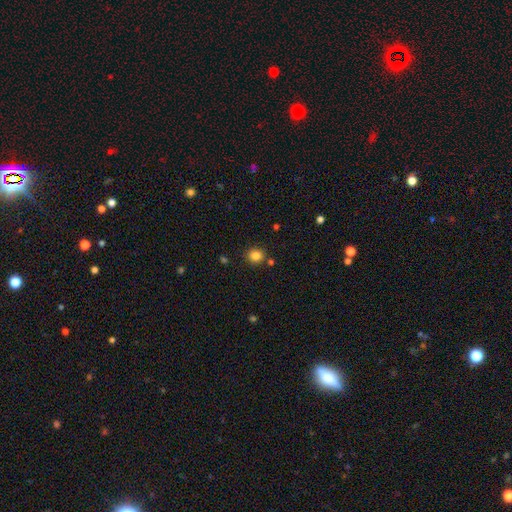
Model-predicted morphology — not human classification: Smooth or featured? smooth (83%)
How rounded? round (81%)
Merging? none (85%)